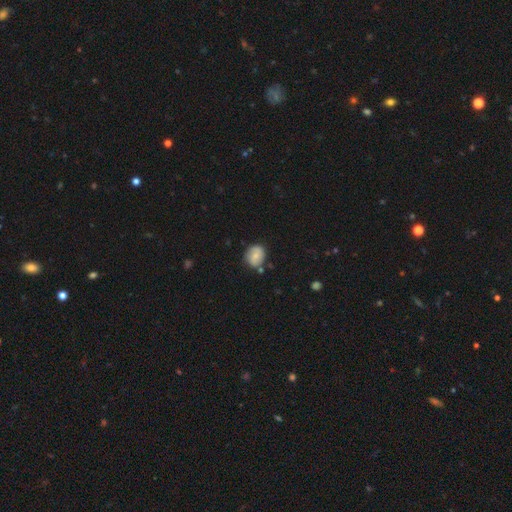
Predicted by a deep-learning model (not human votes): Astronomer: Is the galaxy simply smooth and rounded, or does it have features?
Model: smooth — 65%.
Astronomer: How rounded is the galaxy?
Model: round — 61% (runner-up: in between, 38%).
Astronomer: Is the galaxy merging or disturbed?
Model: none — 68%.